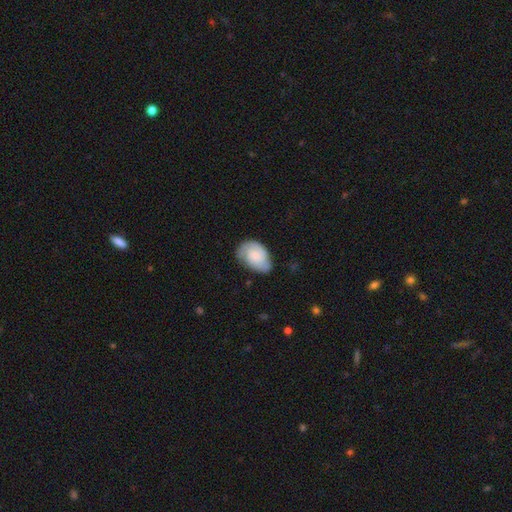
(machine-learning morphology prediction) type=smooth (49%); merging=none (56%).